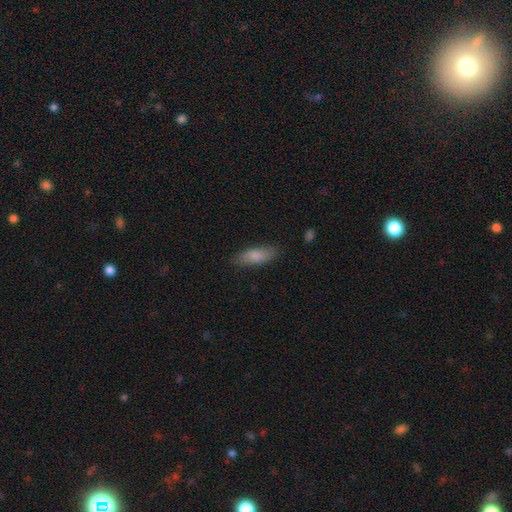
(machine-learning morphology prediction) The model was most divided on "how rounded": in between: 65%, cigar-shaped: 33%, round: 2%. More confident: merging — none (82%); smooth or featured — smooth (82%).